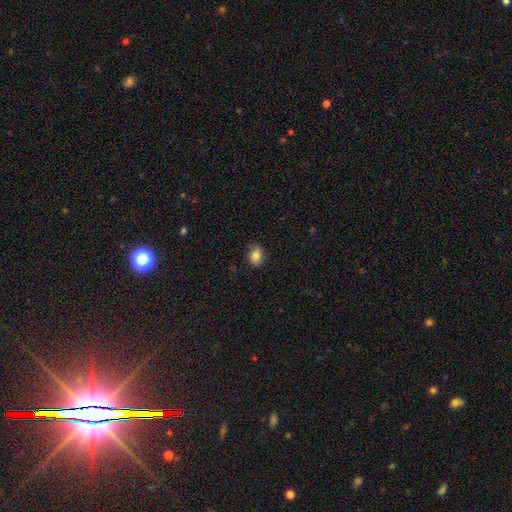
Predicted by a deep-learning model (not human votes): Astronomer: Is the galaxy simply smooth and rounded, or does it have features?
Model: smooth — 83%.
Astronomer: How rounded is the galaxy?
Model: in between — 65%.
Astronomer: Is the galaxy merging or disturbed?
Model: none — 81%.